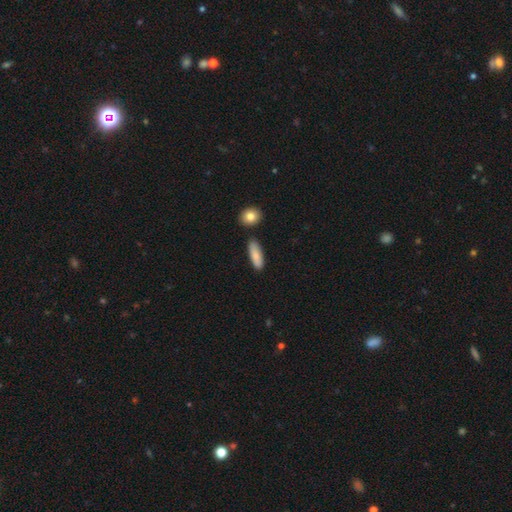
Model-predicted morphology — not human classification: Smooth or featured? Predicted: smooth (p=0.84). How rounded? Predicted: in between (p=0.58). Merging? Predicted: none (p=0.82).